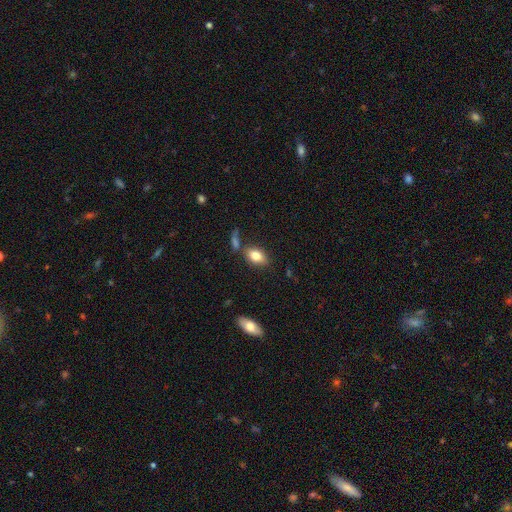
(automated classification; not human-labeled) Overall: smooth (81%). How rounded: in between (88%). Merging: none (69%).